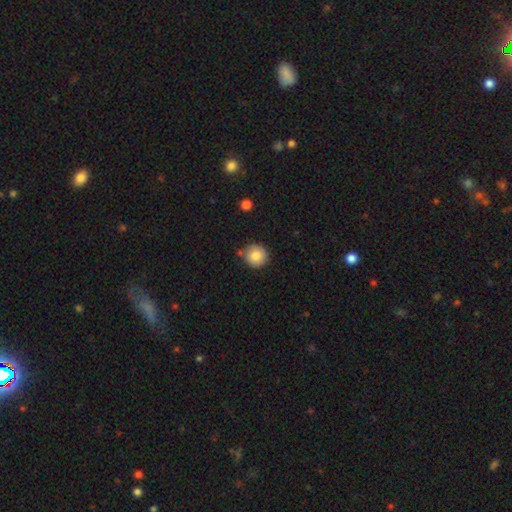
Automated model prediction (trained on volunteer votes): smooth_or_featured: smooth (p=0.85) [alt: star or artifact p=0.08]
how_rounded: round (p=0.92) [alt: in between p=0.07]
merging: none (p=0.80) [alt: minor disturbance p=0.13]